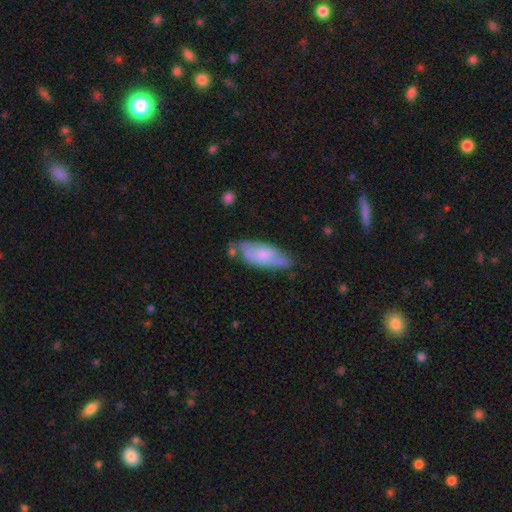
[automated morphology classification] Smooth or featured? featured or disk (48%)
Merging? none (57%)